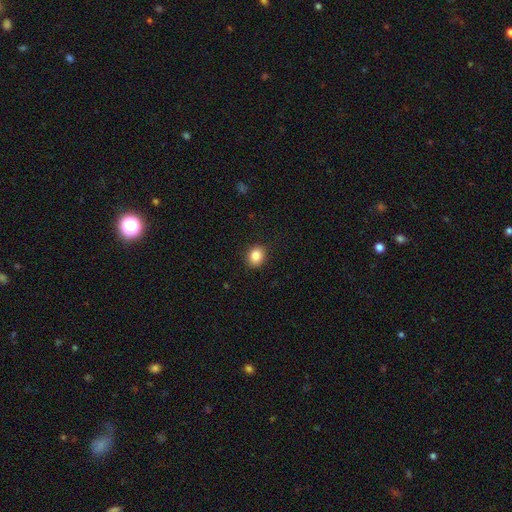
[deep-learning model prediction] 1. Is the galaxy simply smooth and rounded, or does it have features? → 86% smooth, 9% star or artifact, 5% featured or disk.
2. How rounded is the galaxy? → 62% round, 37% in between, 1% cigar-shaped.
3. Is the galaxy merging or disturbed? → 89% none, 8% minor disturbance, 2% major disturbance, 1% merger.